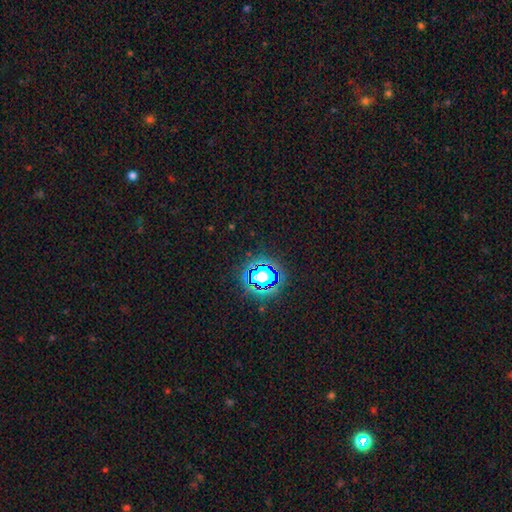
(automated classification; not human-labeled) smooth_or_featured: star or artifact (p=0.77) [alt: smooth p=0.17]